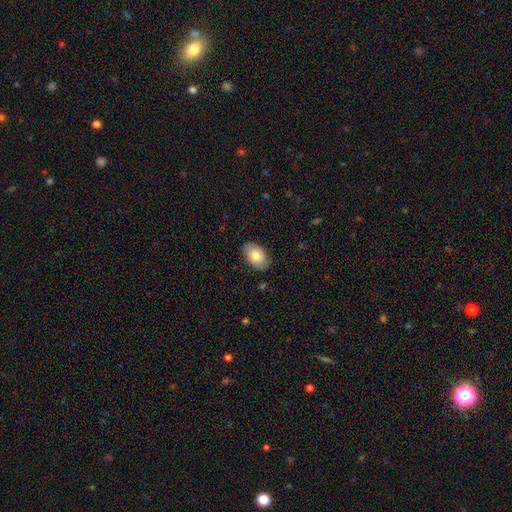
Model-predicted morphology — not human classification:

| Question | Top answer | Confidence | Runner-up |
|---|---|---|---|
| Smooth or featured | smooth | 74% | featured or disk (19%) |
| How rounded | in between | 90% | round (9%) |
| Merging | none | 83% | minor disturbance (13%) |